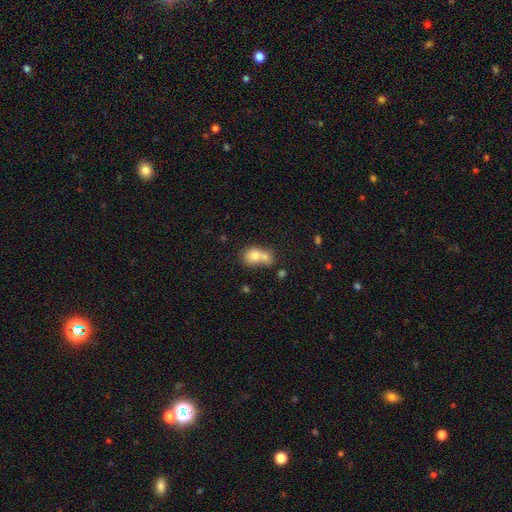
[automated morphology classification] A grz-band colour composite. It shows a smooth galaxy with no disk features (73%) that is round (62%). Merging: merger (66%).